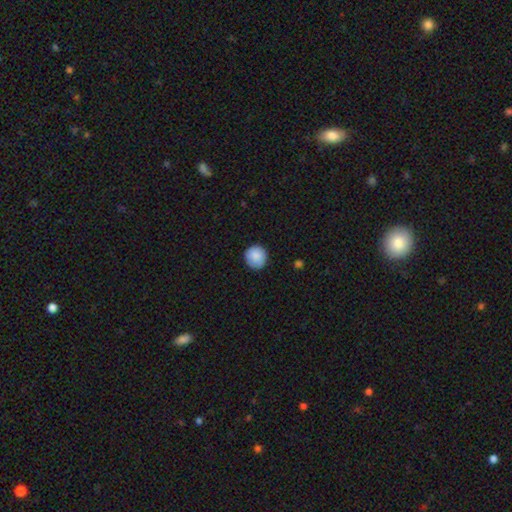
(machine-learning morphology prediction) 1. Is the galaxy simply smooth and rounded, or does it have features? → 87% smooth, 8% star or artifact, 5% featured or disk.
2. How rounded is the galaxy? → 93% round, 6% in between, 1% cigar-shaped.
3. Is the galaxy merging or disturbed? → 88% none, 9% minor disturbance, 2% major disturbance, 1% merger.